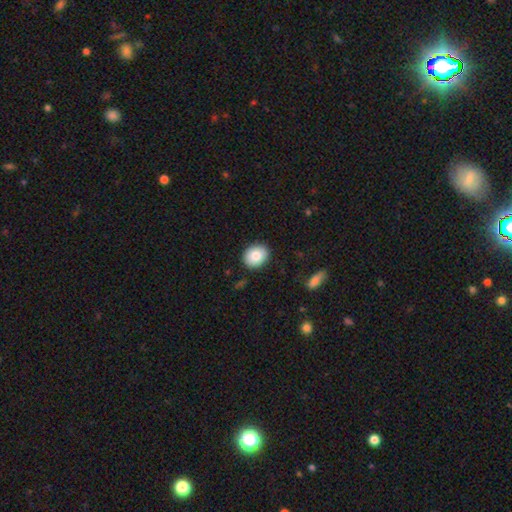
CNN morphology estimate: smooth-or-featured: smooth: 84% | featured or disk: 8% | star or artifact: 8%
  how-rounded: round: 53% | in between: 46% | cigar-shaped: 1%
  merging: none: 88% | minor disturbance: 8% | major disturbance: 2% | merger: 1%